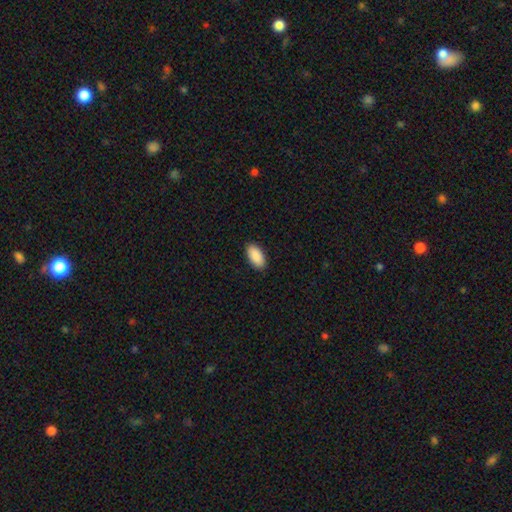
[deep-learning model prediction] Morphology: type=smooth (91%); roundness=in between (95%); merging=none (90%).